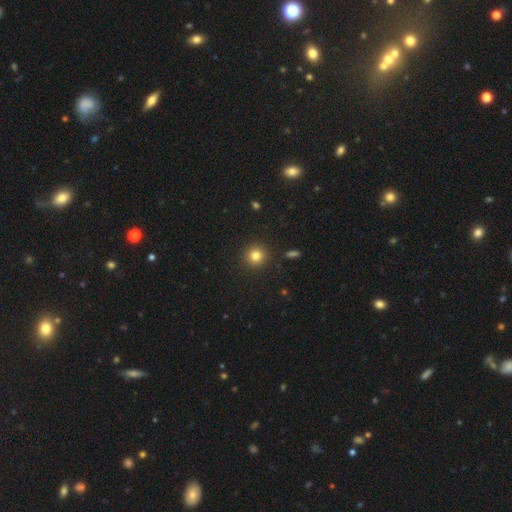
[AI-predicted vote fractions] smooth 81%, star or artifact 13%, featured or disk 7%. Down the decision tree: how rounded — round (94%); merging — none (91%).